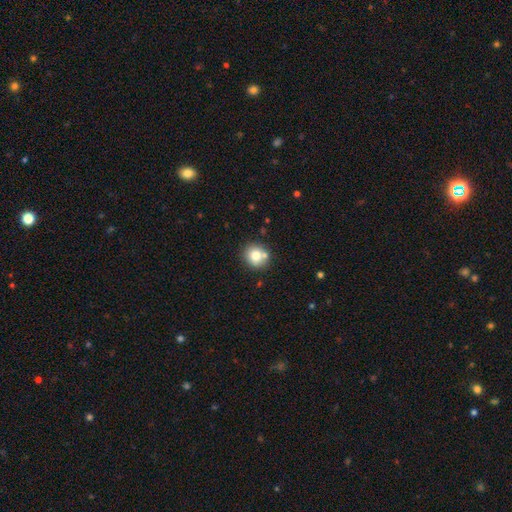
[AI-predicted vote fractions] This appears to be a smooth galaxy with no disk features (77%) that is round (85%). Merging: none (71%).